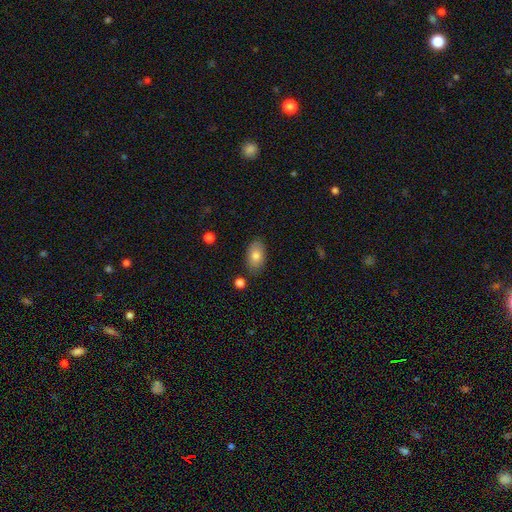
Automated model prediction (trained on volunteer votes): A smooth galaxy with no disk features (80%) that is in between round and cigar-shaped (92%).

Vote fractions:
- Smooth or featured? smooth: 80% / featured or disk: 12% / star or artifact: 7%
- How rounded? in between: 92% / round: 6% / cigar-shaped: 2%
- Merging? none: 83% / minor disturbance: 12% / merger: 3% / major disturbance: 3%